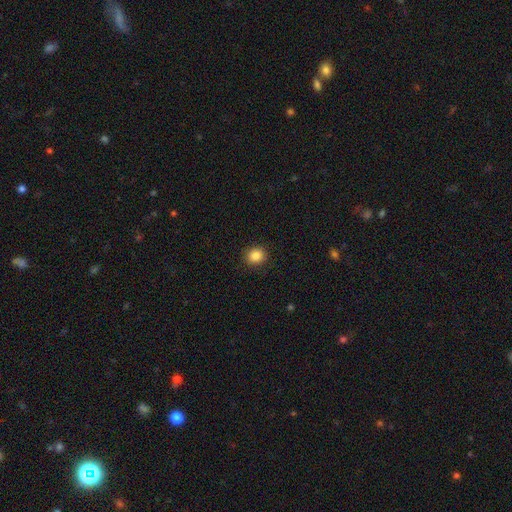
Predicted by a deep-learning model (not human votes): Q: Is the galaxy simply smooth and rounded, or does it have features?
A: smooth — 86%.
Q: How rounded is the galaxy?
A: round — 82%.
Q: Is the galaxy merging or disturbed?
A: none — 90%.